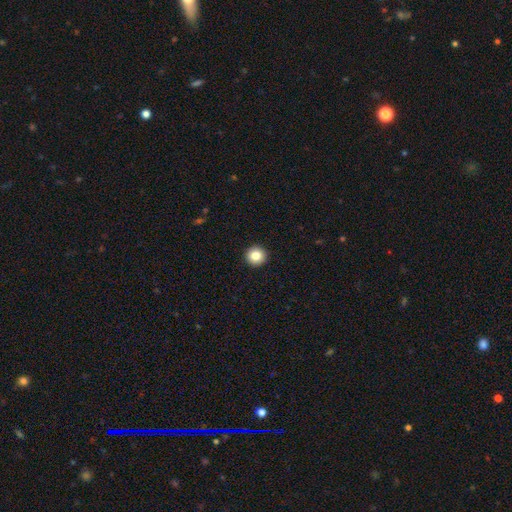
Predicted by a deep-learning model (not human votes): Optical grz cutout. It shows a smooth galaxy with no disk features (84%) that is round (96%). Merging: none (94%).